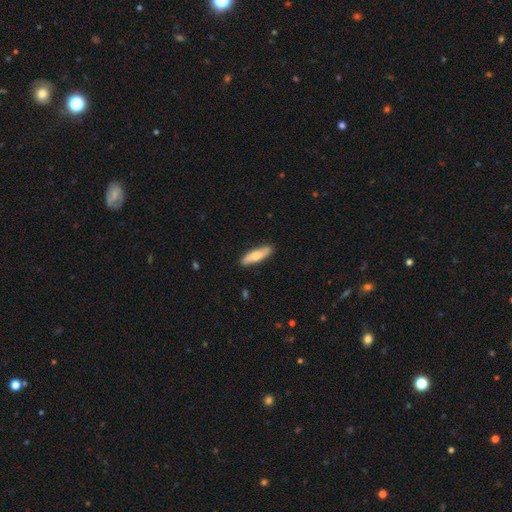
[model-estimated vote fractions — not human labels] This appears to be a smooth galaxy with no disk features (72%) that is cigar-shaped (63%). Merging: none (88%).